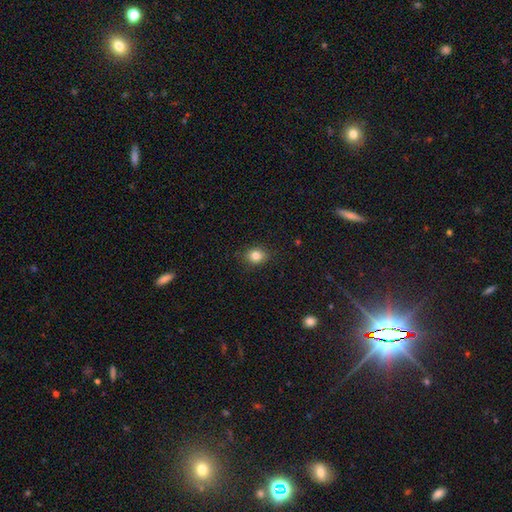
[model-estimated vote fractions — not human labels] Smooth or featured? Predicted: smooth (p=0.83). How rounded? Predicted: round (p=0.57). Merging? Predicted: none (p=0.87).